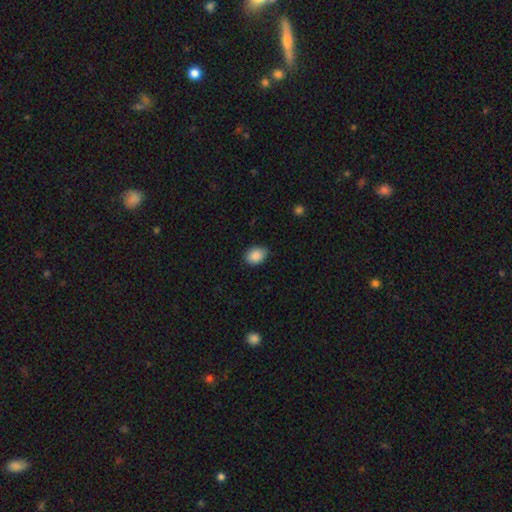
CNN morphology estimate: smooth_or_featured: smooth (p=0.89) [alt: star or artifact p=0.08]
how_rounded: in between (p=0.71) [alt: round p=0.28]
merging: none (p=0.80) [alt: minor disturbance p=0.16]